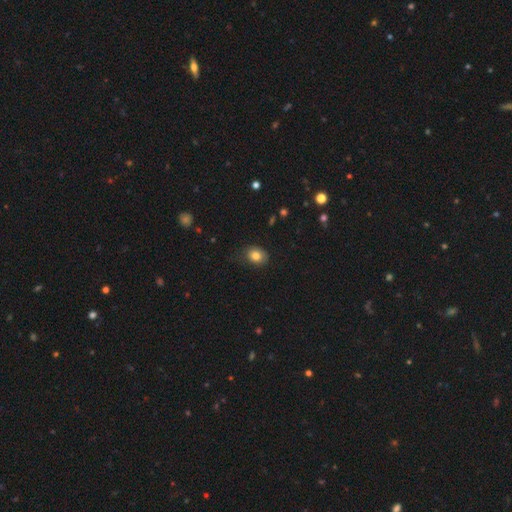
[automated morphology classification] A smooth galaxy with no disk features (81%) that is in between round and cigar-shaped (55%).

Vote fractions:
- Smooth or featured? smooth: 81% / star or artifact: 10% / featured or disk: 9%
- How rounded? in between: 55% / round: 44% / cigar-shaped: 1%
- Merging? none: 75% / minor disturbance: 20% / major disturbance: 4% / merger: 1%